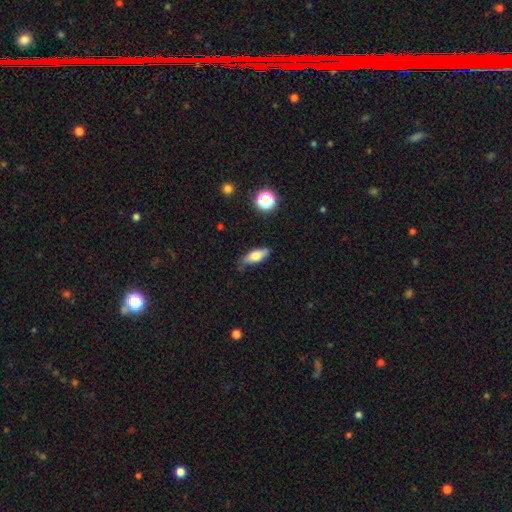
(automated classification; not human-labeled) A smooth galaxy with no disk features (72%) that is in between round and cigar-shaped (71%). Merging: none (68%).